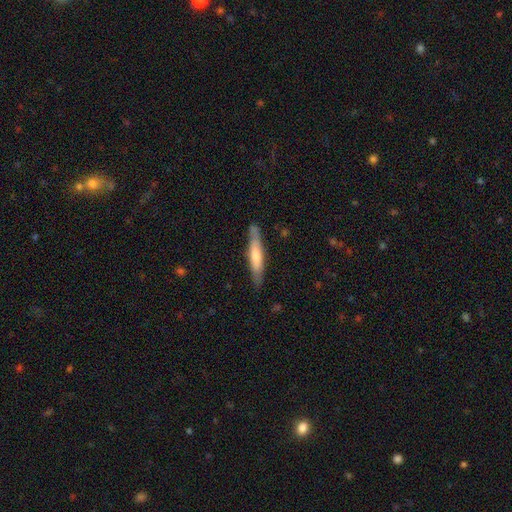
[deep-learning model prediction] Overall: featured or disk (50%; smooth 44%). Merging: none (83%).